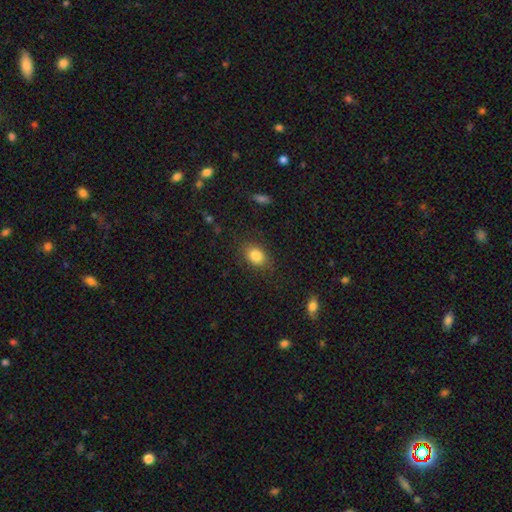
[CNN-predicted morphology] Smooth or featured: smooth — 83% (star or artifact — 10%)
How rounded: in between — 64% (round — 35%)
Merging: none — 82% (minor disturbance — 13%)